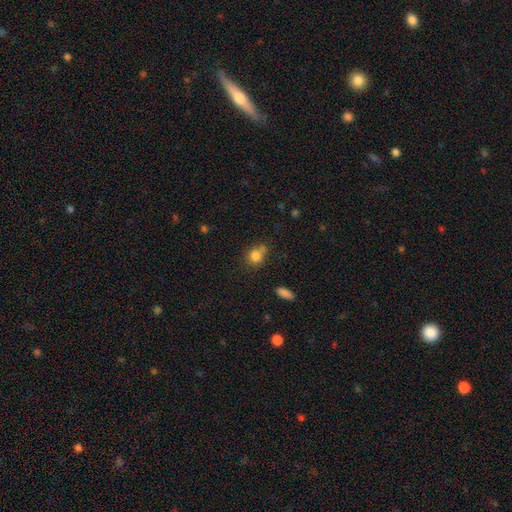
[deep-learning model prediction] smooth_or_featured: smooth (p=0.81) [alt: star or artifact p=0.11]
how_rounded: round (p=0.69) [alt: in between p=0.29]
merging: none (p=0.55) [alt: minor disturbance p=0.20]